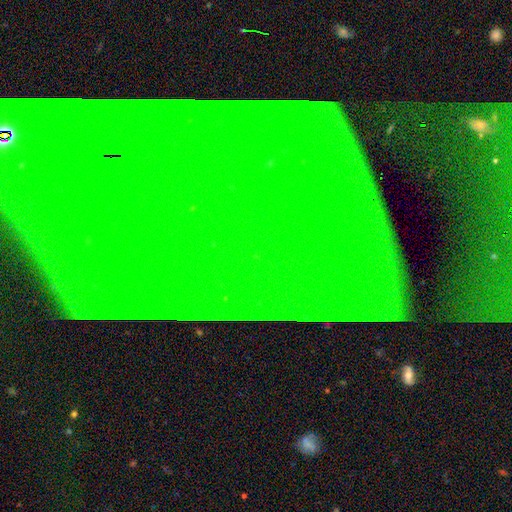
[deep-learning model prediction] The model was most divided on "smooth or featured": star or artifact: 84%, featured or disk: 9%, smooth: 8%.